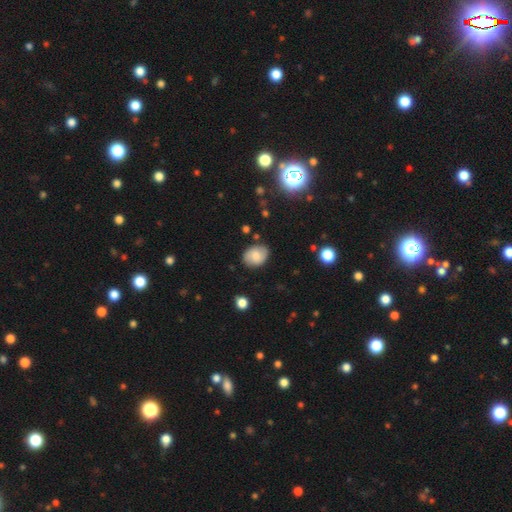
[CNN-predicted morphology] This appears to be a smooth galaxy with no disk features (68%) that is in between round and cigar-shaped (54%). Merging: none (80%).